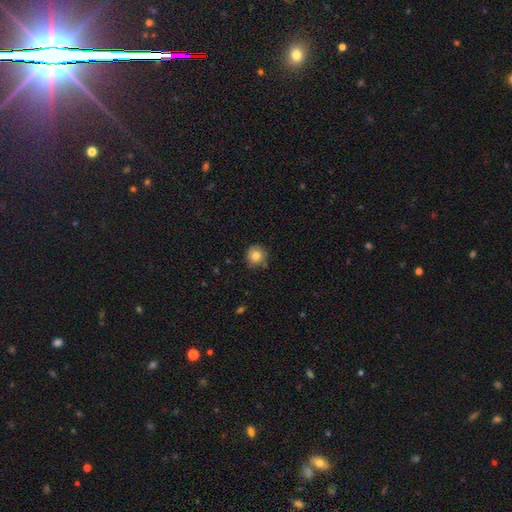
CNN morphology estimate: The model was most divided on "merging": none: 82%, minor disturbance: 13%, merger: 3%, major disturbance: 2%. More confident: how rounded — round (92%); smooth or featured — smooth (82%).